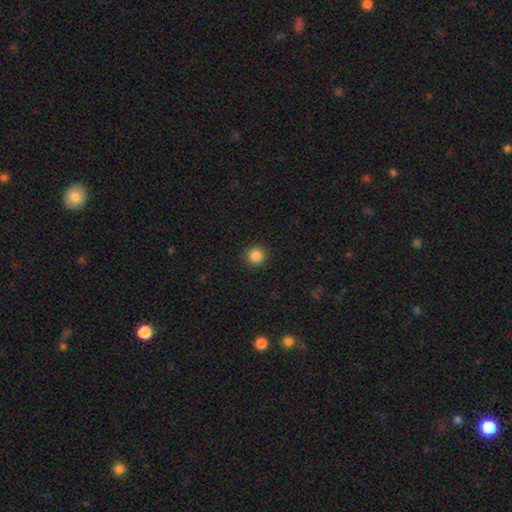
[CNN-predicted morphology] A smooth galaxy with no disk features (86%) that is round (94%). Merging: none (92%).